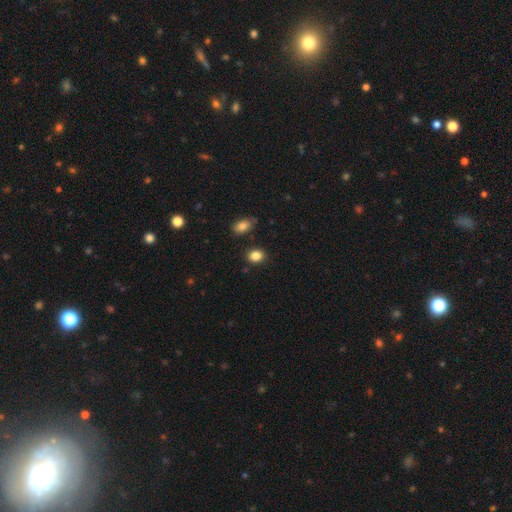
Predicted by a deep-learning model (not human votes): Q: Smooth or featured?
A: smooth (86%); runner-up: star or artifact (10%)
Q: How rounded?
A: in between (57%); runner-up: round (42%)
Q: Merging?
A: none (84%); runner-up: minor disturbance (10%)